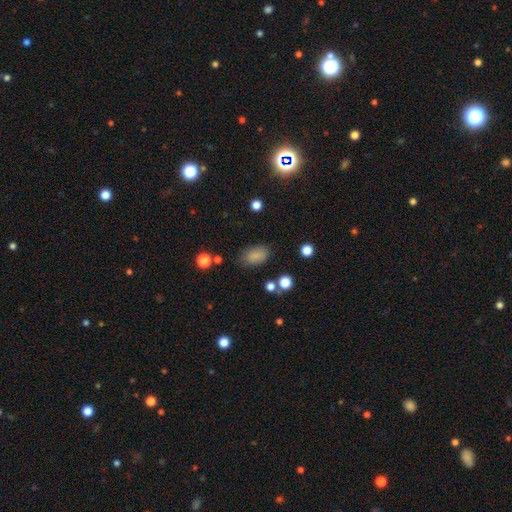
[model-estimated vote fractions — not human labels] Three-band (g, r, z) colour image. It shows a smooth galaxy with no disk features (84%) that is in between round and cigar-shaped (90%). Merging: none (75%).